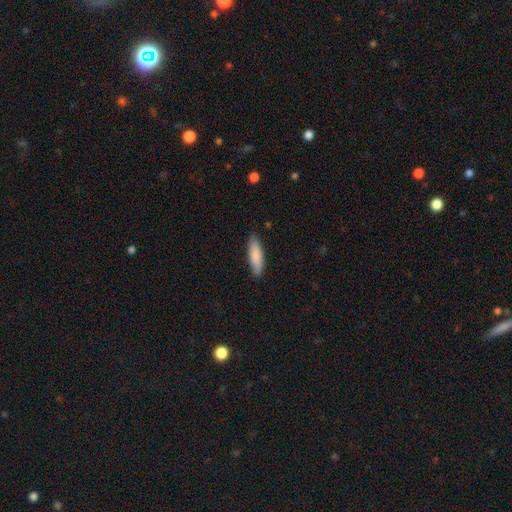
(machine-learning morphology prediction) A smooth galaxy with no disk features (85%) that is cigar-shaped (68%).

Vote fractions:
- Smooth or featured? smooth: 85% / featured or disk: 10% / star or artifact: 5%
- How rounded? cigar-shaped: 68% / in between: 31% / round: 1%
- Merging? none: 85% / minor disturbance: 12% / major disturbance: 2% / merger: 1%